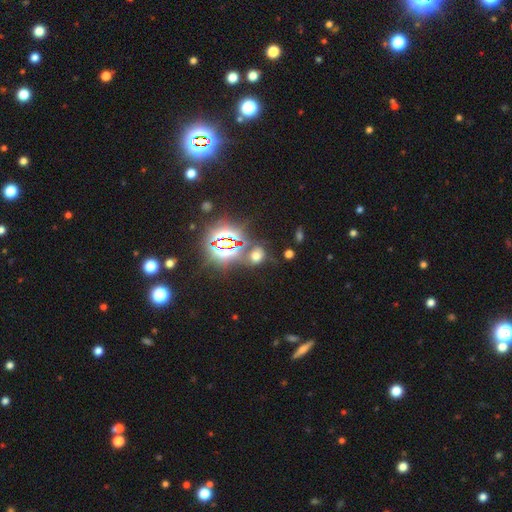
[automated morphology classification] Smooth or featured? star or artifact (46%)